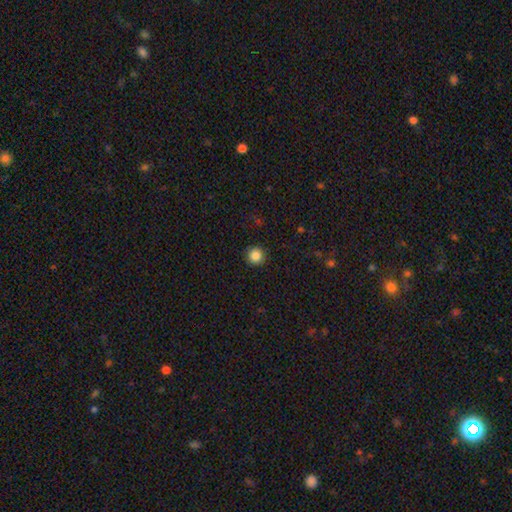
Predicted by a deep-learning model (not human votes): This appears to be a smooth galaxy with no disk features (86%) that is round (95%). Merging: none (93%).